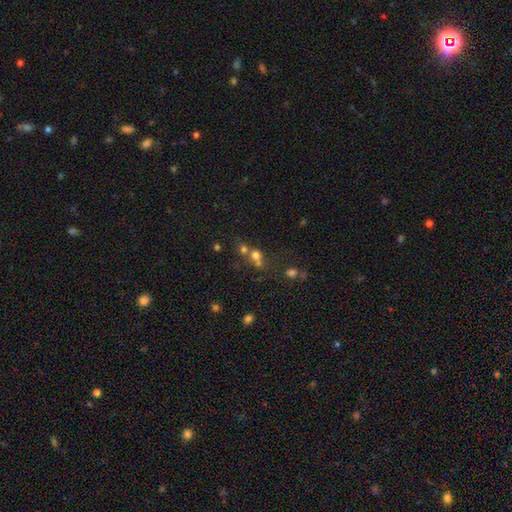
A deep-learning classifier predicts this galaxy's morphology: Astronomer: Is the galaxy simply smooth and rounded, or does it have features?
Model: smooth — 64%.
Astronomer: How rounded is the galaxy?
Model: round — 75%.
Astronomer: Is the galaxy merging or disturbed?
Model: merger — 51% (runner-up: none, 35%).